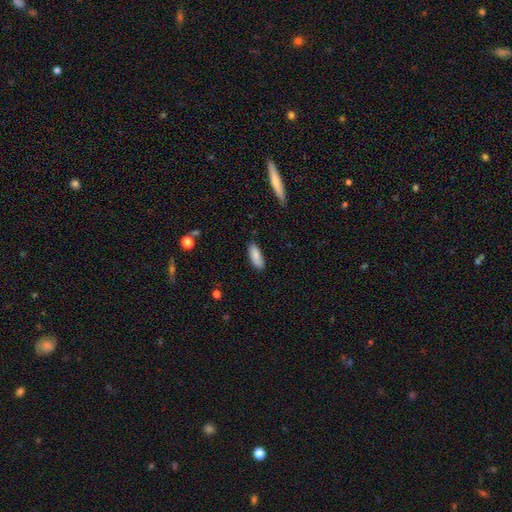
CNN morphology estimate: A smooth galaxy with no disk features (86%) that is in between round and cigar-shaped (72%).

Vote fractions:
- Smooth or featured? smooth: 86% / featured or disk: 8% / star or artifact: 6%
- How rounded? in between: 72% / cigar-shaped: 26% / round: 2%
- Merging? none: 85% / minor disturbance: 12% / major disturbance: 2% / merger: 1%